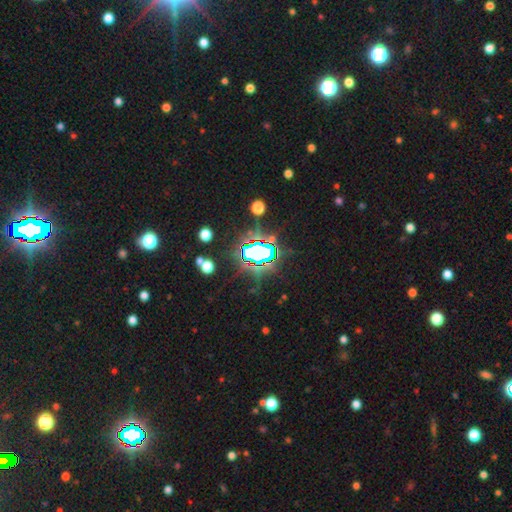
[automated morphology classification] This appears to be a star or artifact, not a galaxy (69%).